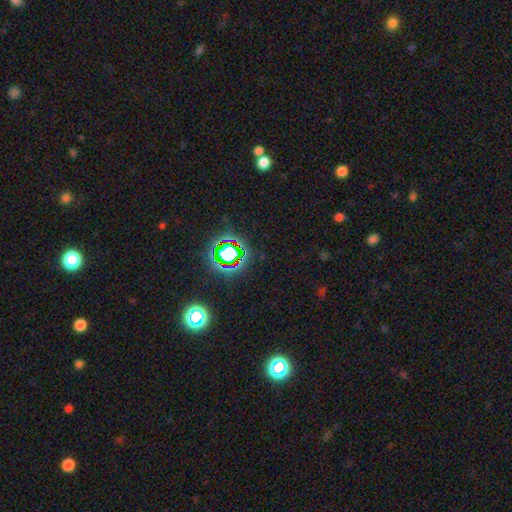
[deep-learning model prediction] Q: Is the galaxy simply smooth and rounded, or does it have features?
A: star or artifact — 78%.